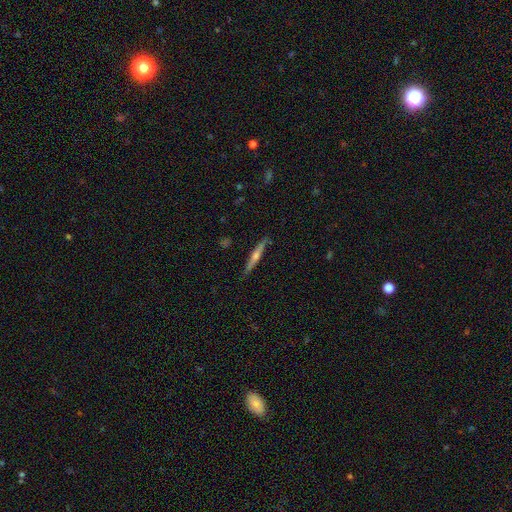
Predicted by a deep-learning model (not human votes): Smooth or featured: featured or disk — 63% (smooth — 32%)
Edge-on disk: yes — 97% (no — 3%)
Edge-on bulge: rounded — 85% (none — 10%)
Merging: none — 86% (minor disturbance — 11%)